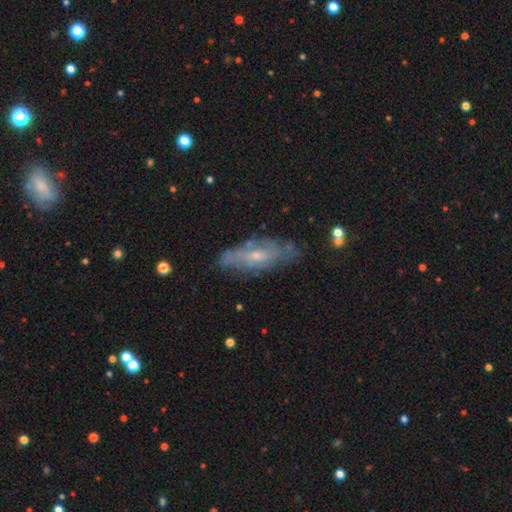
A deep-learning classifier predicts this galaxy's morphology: Q: Smooth or featured?
A: featured or disk (59%); runner-up: smooth (33%)
Q: Edge-on disk?
A: no (76%); runner-up: yes (24%)
Q: Merging?
A: none (67%); runner-up: minor disturbance (23%)